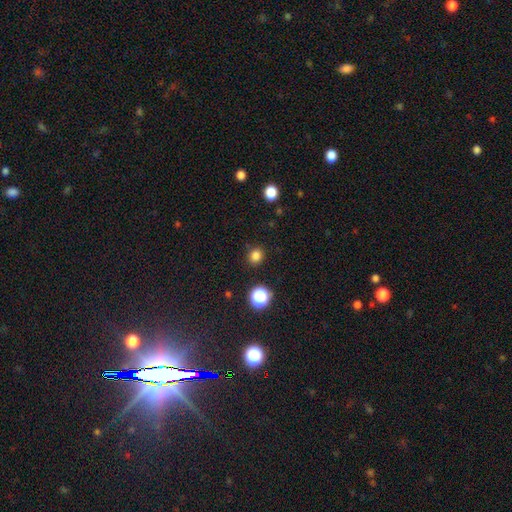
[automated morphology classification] Q: Smooth or featured?
A: smooth (81%); runner-up: star or artifact (15%)
Q: How rounded?
A: round (82%); runner-up: in between (17%)
Q: Merging?
A: none (89%); runner-up: minor disturbance (7%)